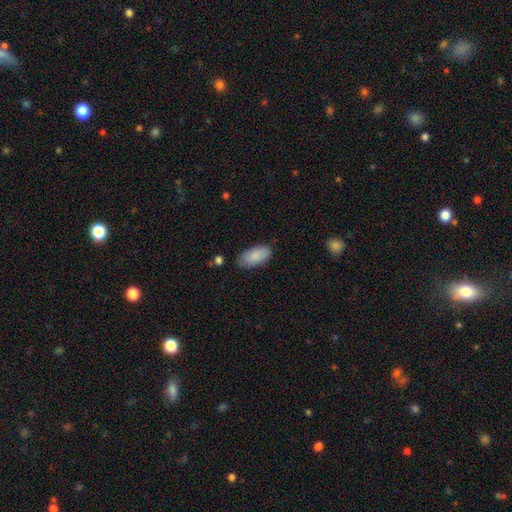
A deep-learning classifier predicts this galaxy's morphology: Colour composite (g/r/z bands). It shows a smooth galaxy with no disk features (87%) that is in between round and cigar-shaped (93%). Merging: none (79%).